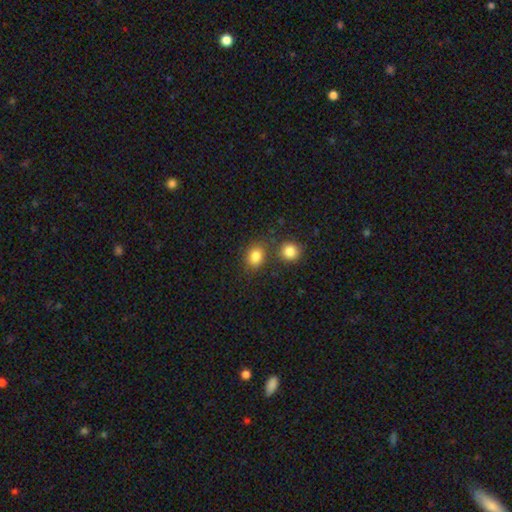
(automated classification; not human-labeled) Q: Smooth or featured?
A: smooth (84%); runner-up: star or artifact (10%)
Q: How rounded?
A: in between (55%); runner-up: round (43%)
Q: Merging?
A: none (66%); runner-up: merger (18%)